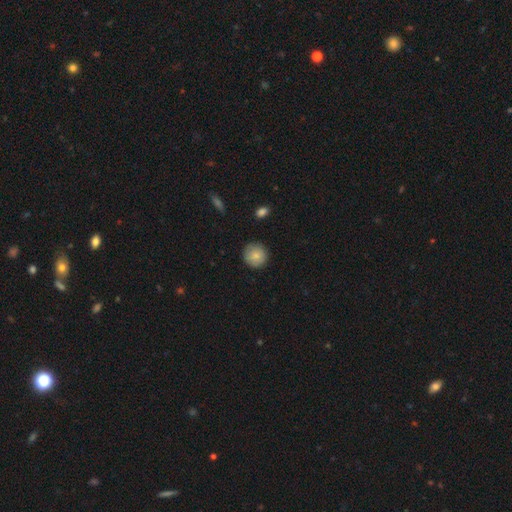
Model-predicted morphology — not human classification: smooth-or-featured: smooth: 82% | featured or disk: 10% | star or artifact: 7%
  how-rounded: round: 94% | in between: 5% | cigar-shaped: 1%
  merging: none: 87% | minor disturbance: 10% | major disturbance: 2% | merger: 1%